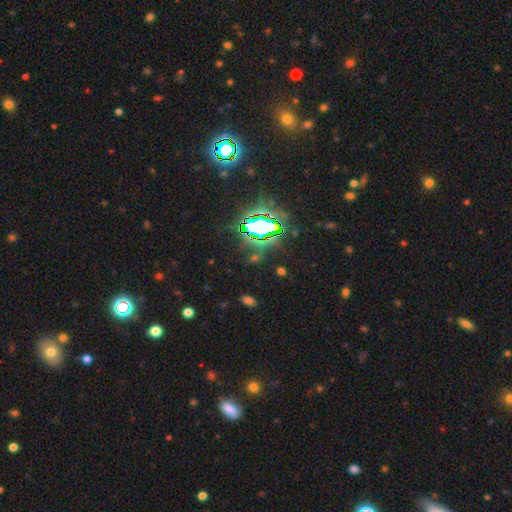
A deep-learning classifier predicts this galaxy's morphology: A star or artifact, not a galaxy (76%).

Vote fractions:
- Smooth or featured? star or artifact: 76% / smooth: 15% / featured or disk: 9%